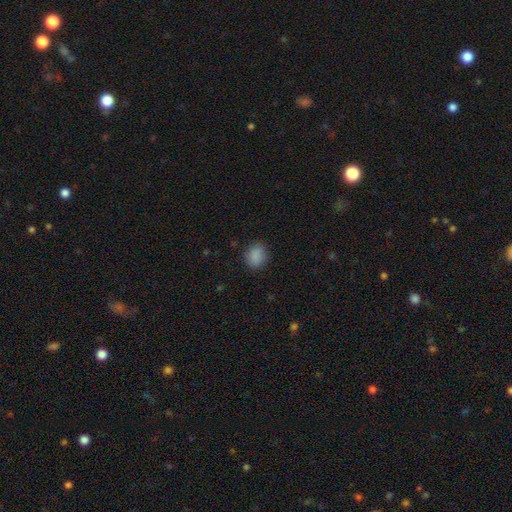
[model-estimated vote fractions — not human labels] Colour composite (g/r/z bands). It shows a smooth galaxy with no disk features (87%) that is round (55%). Merging: none (84%).